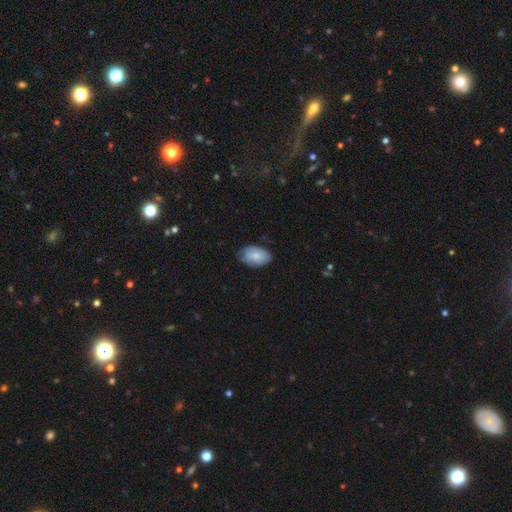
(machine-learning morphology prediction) Smooth or featured? smooth (76%)
How rounded? in between (93%)
Merging? none (72%)